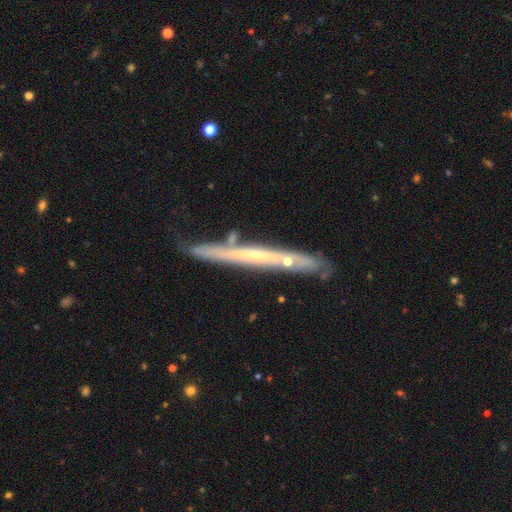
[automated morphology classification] Smooth or featured?
  - featured or disk: 69% *
  - smooth: 25%
  - star or artifact: 6%
Edge-on disk?
  - yes: 88% *
  - no: 12%
Edge-on bulge?
  - none: 80% *
  - rounded: 15%
  - boxy: 5%
Merging?
  - none: 67% *
  - minor disturbance: 21%
  - merger: 6%
  - major disturbance: 5%